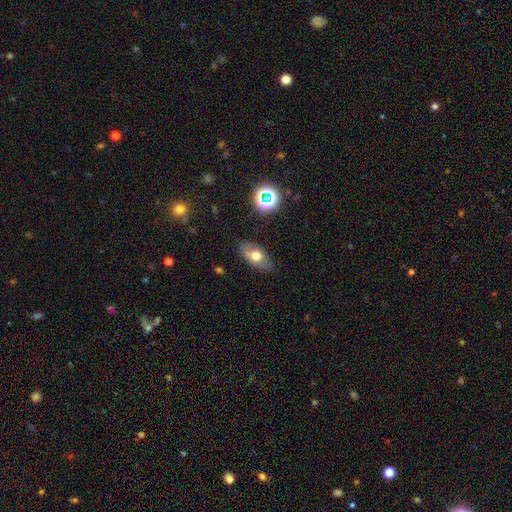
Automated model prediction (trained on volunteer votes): This is likely a smooth galaxy (61%). How rounded: clearly in between (88%). Merging: likely none (79%).